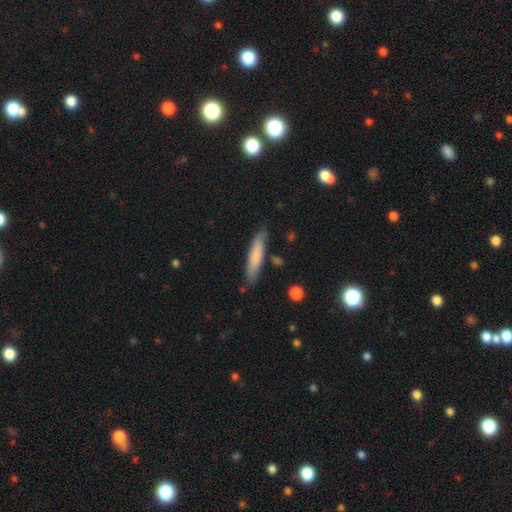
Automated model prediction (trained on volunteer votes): Q: Smooth or featured?
A: smooth (75%); runner-up: featured or disk (19%)
Q: How rounded?
A: cigar-shaped (84%); runner-up: in between (15%)
Q: Merging?
A: none (82%); runner-up: minor disturbance (13%)